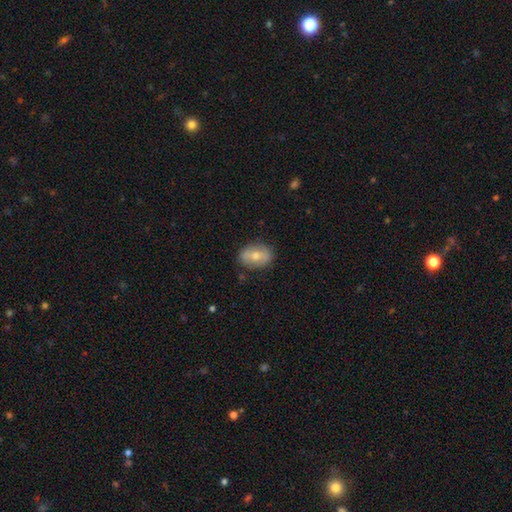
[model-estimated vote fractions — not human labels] A smooth galaxy with no disk features (59%) that is in between round and cigar-shaped (76%). Merging: none (81%).